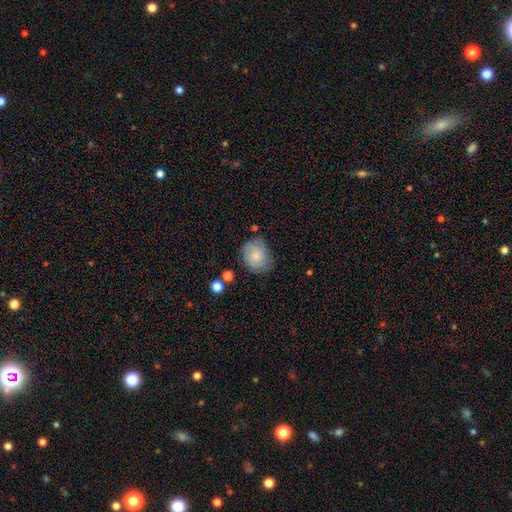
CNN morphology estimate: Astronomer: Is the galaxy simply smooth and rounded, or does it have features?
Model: smooth — 56% (runner-up: featured or disk, 36%).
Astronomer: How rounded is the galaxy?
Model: round — 59% (runner-up: in between, 40%).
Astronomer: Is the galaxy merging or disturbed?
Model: none — 67%.